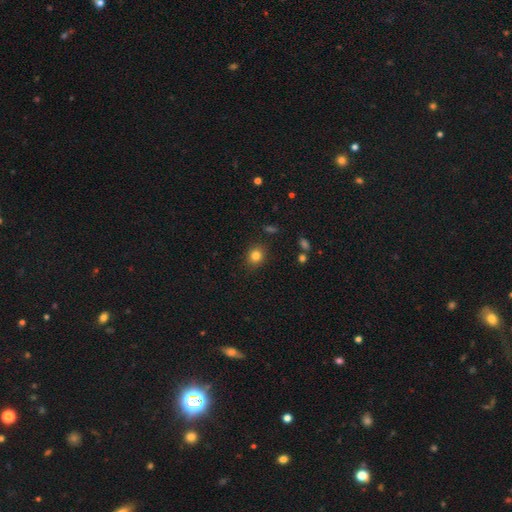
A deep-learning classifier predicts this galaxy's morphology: smooth 82%, star or artifact 12%, featured or disk 6%. Down the decision tree: how rounded — round (76%); merging — none (88%).